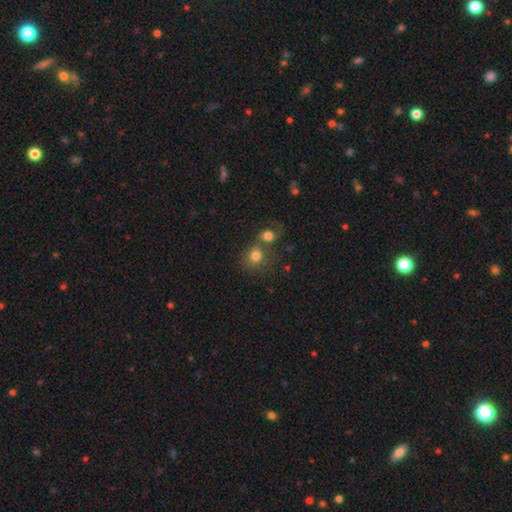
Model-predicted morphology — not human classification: smooth-or-featured: smooth: 77% | star or artifact: 11% | featured or disk: 11%
  how-rounded: round: 74% | in between: 25% | cigar-shaped: 1%
  merging: merger: 46% | none: 39% | minor disturbance: 9% | major disturbance: 6%